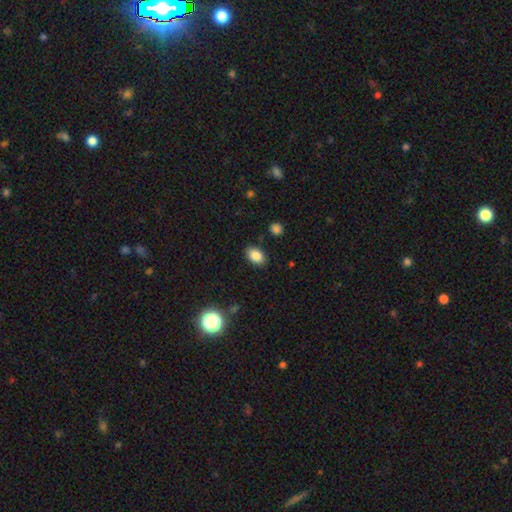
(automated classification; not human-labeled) smooth-or-featured: smooth: 84% | star or artifact: 10% | featured or disk: 6%
  how-rounded: in between: 84% | round: 15% | cigar-shaped: 1%
  merging: none: 87% | minor disturbance: 9% | major disturbance: 2% | merger: 2%